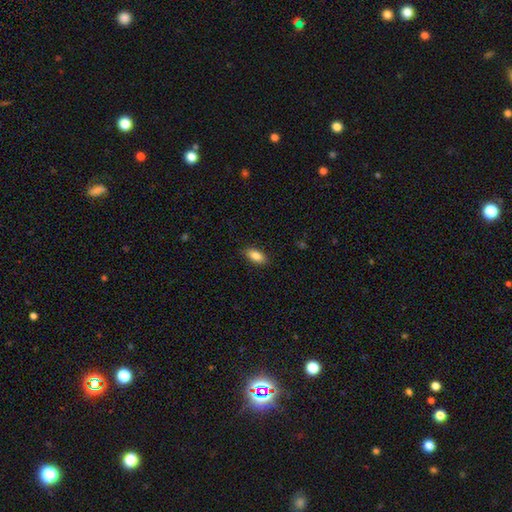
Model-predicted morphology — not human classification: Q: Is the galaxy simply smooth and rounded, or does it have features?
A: smooth — 86%.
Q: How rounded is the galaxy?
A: in between — 88%.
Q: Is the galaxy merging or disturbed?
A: none — 87%.